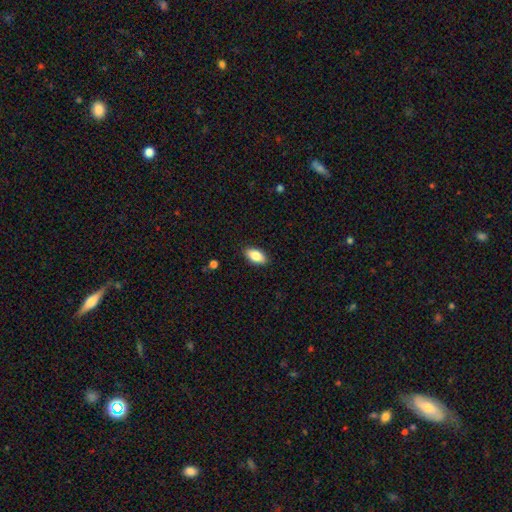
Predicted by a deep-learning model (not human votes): smooth_or_featured: smooth (p=0.85) [alt: featured or disk p=0.09]
how_rounded: in between (p=0.92) [alt: cigar-shaped p=0.05]
merging: none (p=0.88) [alt: minor disturbance p=0.09]